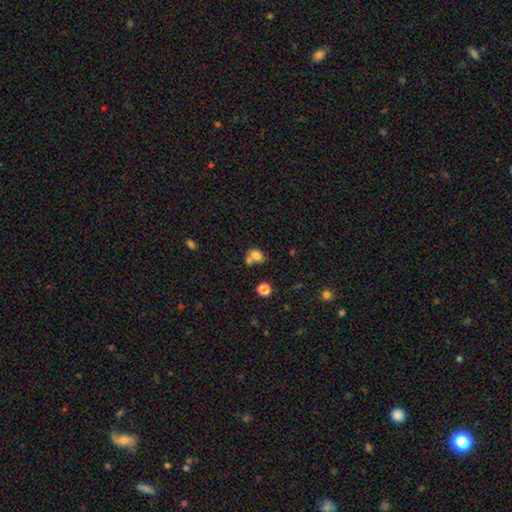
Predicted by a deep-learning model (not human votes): Overall: smooth (77%). How rounded: in between (66%; round 32%). Merging: merger (40%, tied with none).